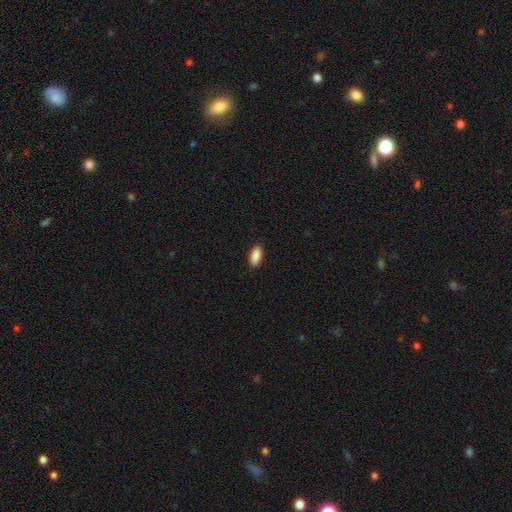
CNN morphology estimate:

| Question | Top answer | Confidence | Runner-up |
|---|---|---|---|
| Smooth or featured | smooth | 90% | star or artifact (6%) |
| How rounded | in between | 87% | cigar-shaped (11%) |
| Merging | none | 90% | minor disturbance (8%) |